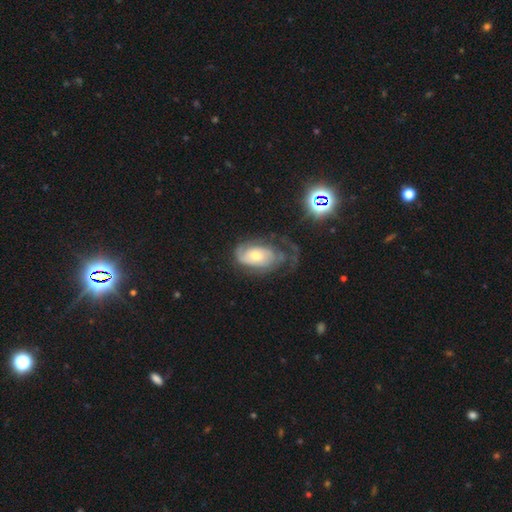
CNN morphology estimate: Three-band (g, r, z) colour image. It shows a featured or disk galaxy (76%) with no bar (68%), 2 (36%) tight (56%) spiral arms (91%) and a moderate central bulge (60%). Merging: none (44%).